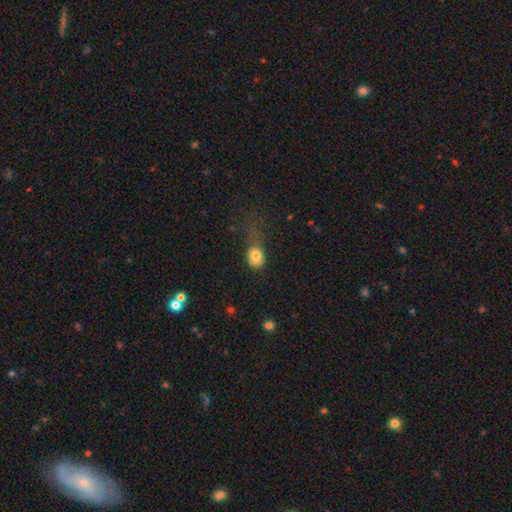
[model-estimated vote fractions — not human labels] A smooth galaxy with no disk features (80%) that is in between round and cigar-shaped (63%). Merging: major disturbance (34%).